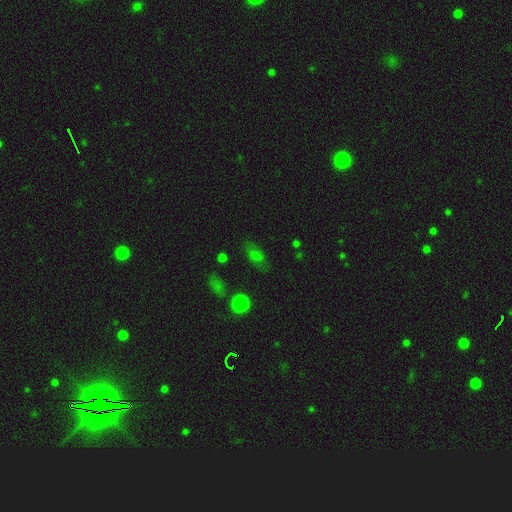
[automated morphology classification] This appears to be a smooth galaxy with no disk features (67%) that is in between round and cigar-shaped (80%). Merging: none (72%).